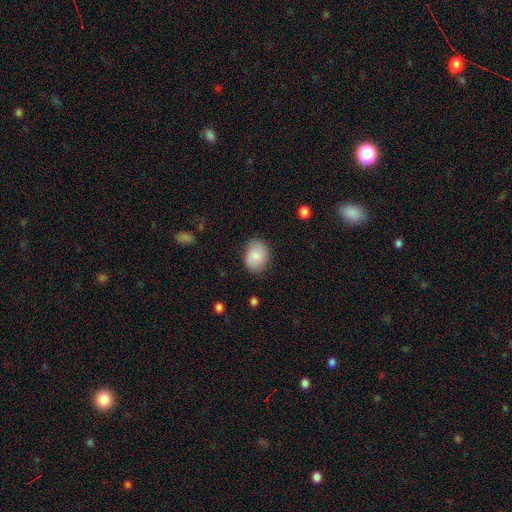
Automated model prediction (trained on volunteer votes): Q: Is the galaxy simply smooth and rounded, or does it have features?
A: smooth — 83%.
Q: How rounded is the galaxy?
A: in between — 71%.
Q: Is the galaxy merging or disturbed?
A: none — 81%.